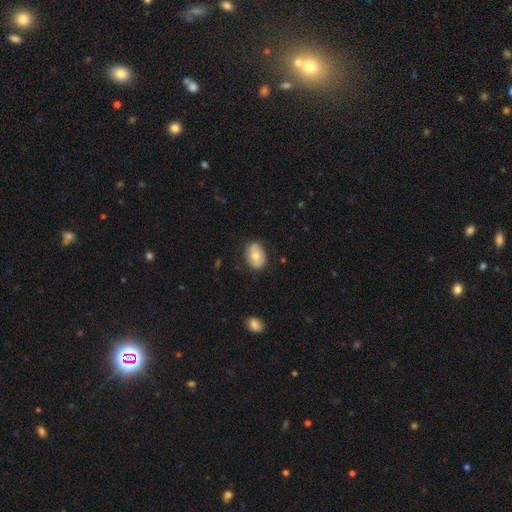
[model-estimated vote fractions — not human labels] A smooth galaxy with no disk features (62%) that is in between round and cigar-shaped (71%).

Vote fractions:
- Smooth or featured? smooth: 62% / featured or disk: 31% / star or artifact: 7%
- How rounded? in between: 71% / round: 28% / cigar-shaped: 1%
- Merging? none: 77% / minor disturbance: 18% / major disturbance: 4% / merger: 2%